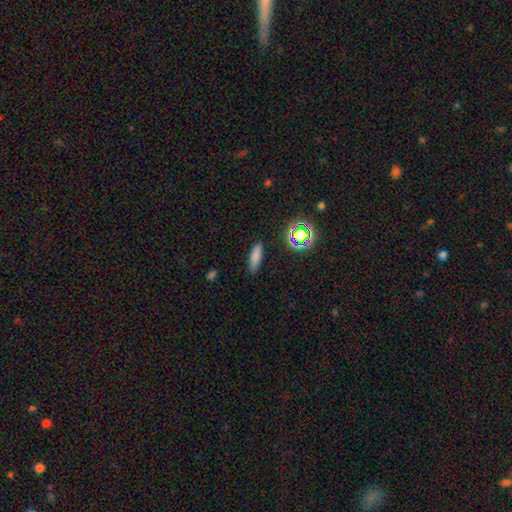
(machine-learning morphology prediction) smooth-or-featured: smooth: 77% | star or artifact: 14% | featured or disk: 8%
  how-rounded: cigar-shaped: 58% | in between: 38% | round: 3%
  merging: none: 85% | minor disturbance: 10% | major disturbance: 3% | merger: 2%